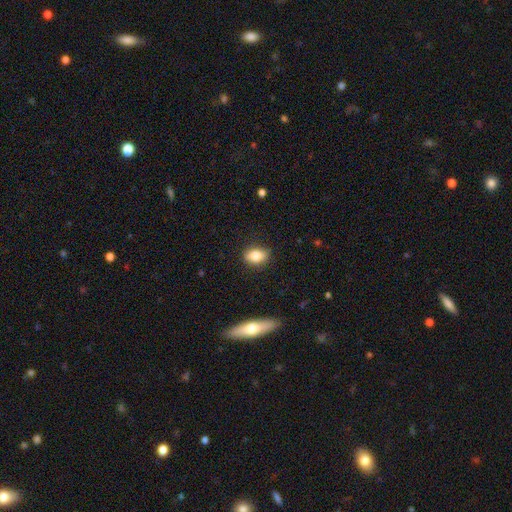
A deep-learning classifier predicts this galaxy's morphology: Q: Smooth or featured?
A: smooth (81%); runner-up: featured or disk (11%)
Q: How rounded?
A: in between (76%); runner-up: round (21%)
Q: Merging?
A: none (81%); runner-up: minor disturbance (14%)